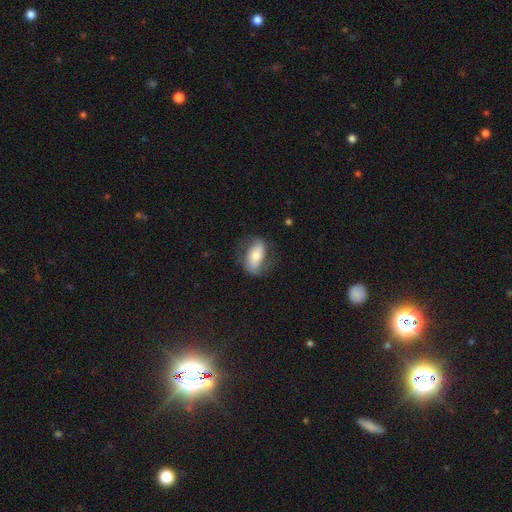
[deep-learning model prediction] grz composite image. It shows a featured or disk galaxy (55%) with no bar (44%), spiral arms (83%) and a moderate central bulge (53%). Merging: none (67%).